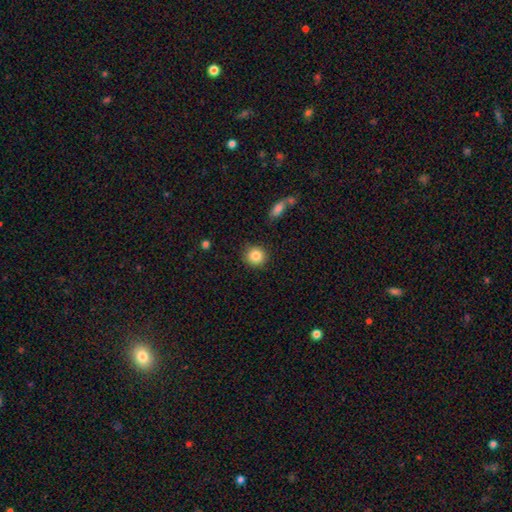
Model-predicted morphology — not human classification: smooth 85%, star or artifact 9%, featured or disk 6%. Down the decision tree: how rounded — round (91%); merging — none (89%).